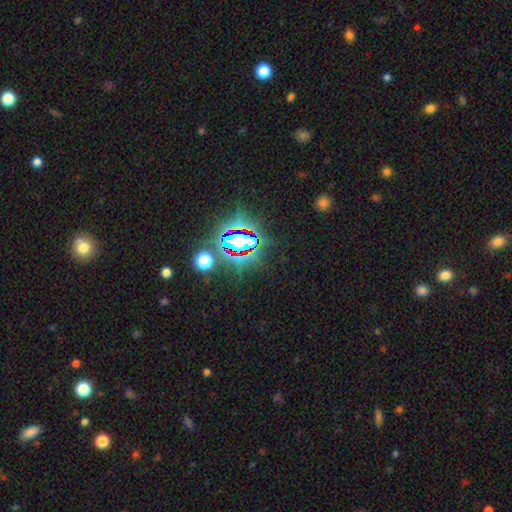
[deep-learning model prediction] Smooth or featured: star or artifact — 82% (smooth — 11%)